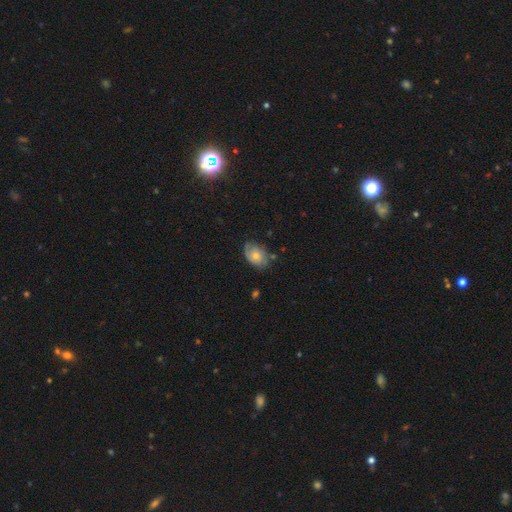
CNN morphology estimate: smooth_or_featured: smooth (p=0.52) [alt: featured or disk p=0.40]
how_rounded: in between (p=0.77) [alt: round p=0.22]
merging: none (p=0.61) [alt: minor disturbance p=0.29]